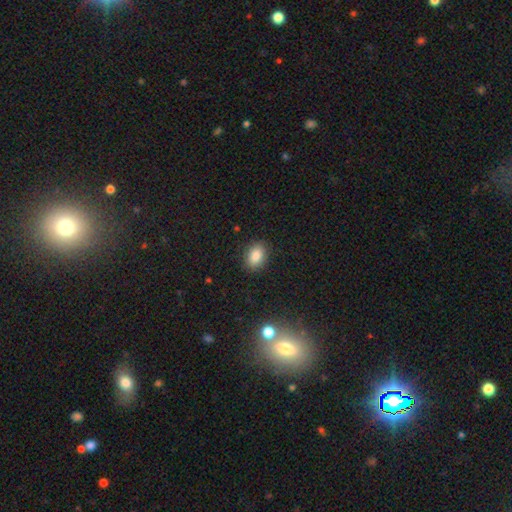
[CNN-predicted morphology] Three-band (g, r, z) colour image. It shows a smooth galaxy with no disk features (84%) that is in between round and cigar-shaped (74%). Merging: none (88%).